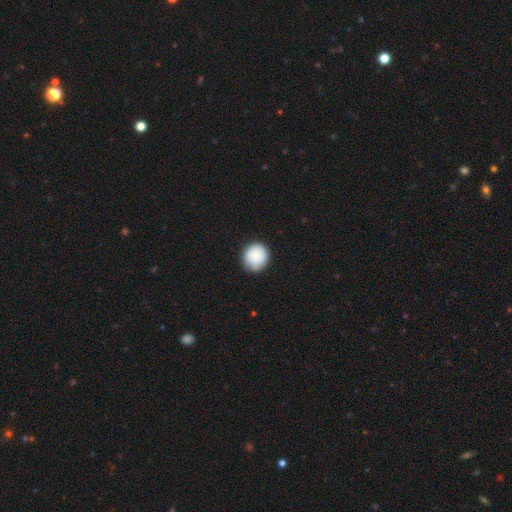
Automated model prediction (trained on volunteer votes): The model was most divided on "merging": none: 87%, minor disturbance: 10%, major disturbance: 2%, merger: 1%. More confident: how rounded — round (91%); smooth or featured — smooth (85%).